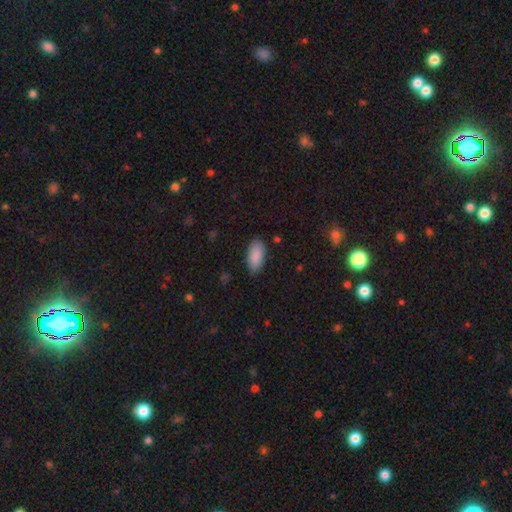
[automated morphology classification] Q: Smooth or featured?
A: smooth (89%); runner-up: star or artifact (6%)
Q: How rounded?
A: in between (92%); runner-up: cigar-shaped (6%)
Q: Merging?
A: none (86%); runner-up: minor disturbance (11%)